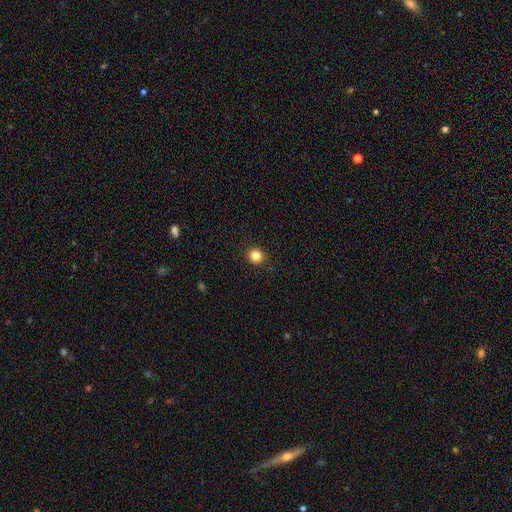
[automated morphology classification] Smooth or featured? Predicted: smooth (p=0.83). How rounded? Predicted: round (p=0.90). Merging? Predicted: none (p=0.92).